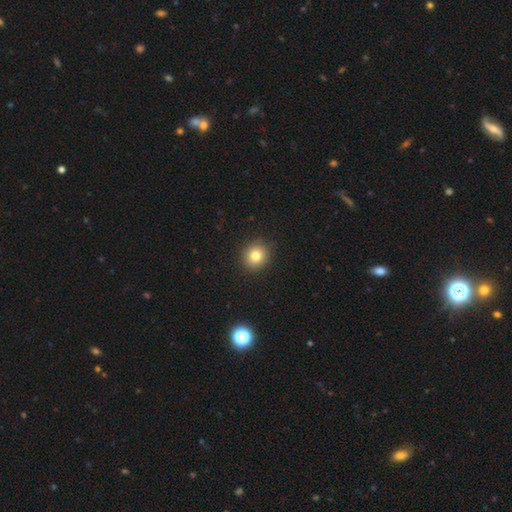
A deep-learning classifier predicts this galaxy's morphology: Smooth or featured?
  - smooth: 80% *
  - star or artifact: 12%
  - featured or disk: 8%
How rounded?
  - round: 89% *
  - in between: 10%
  - cigar-shaped: 1%
Merging?
  - none: 90% *
  - minor disturbance: 7%
  - major disturbance: 2%
  - merger: 1%